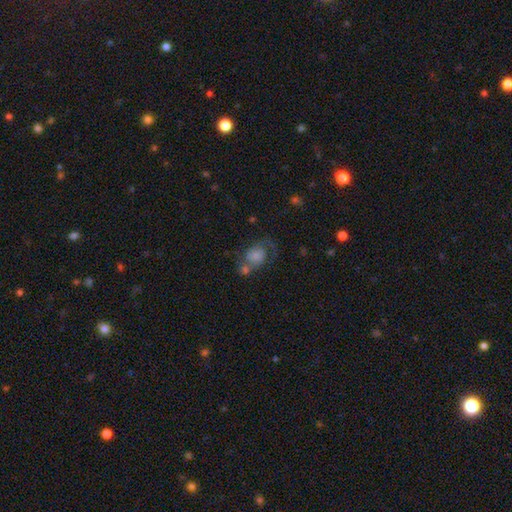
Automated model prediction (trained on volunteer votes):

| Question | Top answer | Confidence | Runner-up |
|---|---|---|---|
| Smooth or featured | smooth | 56% | featured or disk (33%) |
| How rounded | in between | 54% | round (44%) |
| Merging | none | 33% | merger (25%) |